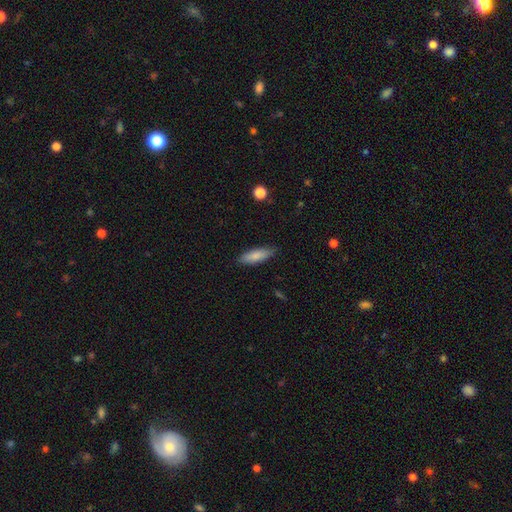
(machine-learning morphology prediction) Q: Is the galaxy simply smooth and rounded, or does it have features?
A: smooth — 83%.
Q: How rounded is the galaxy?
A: in between — 53%.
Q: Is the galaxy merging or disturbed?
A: none — 84%.